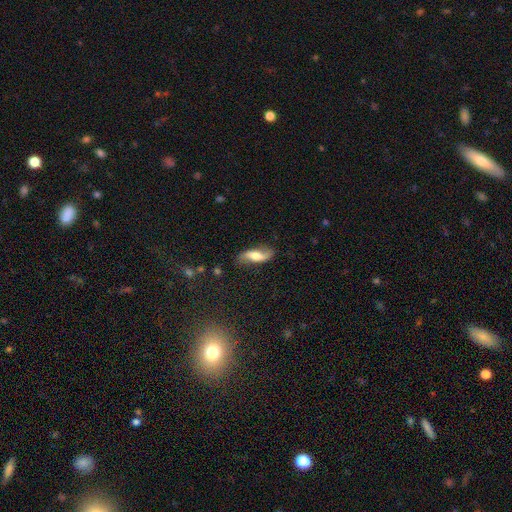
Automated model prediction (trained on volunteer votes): This is likely a featured or disk galaxy (63%). It is clearly not viewed edge-on (84%). Bar: possibly no (48%). Spiral arm pattern: clearly yes (90%). Central bulge: possibly moderate (50%). Merging: likely none (75%).